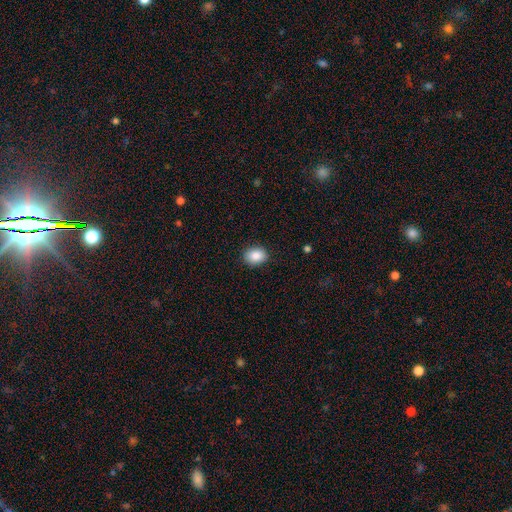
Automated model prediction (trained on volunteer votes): Morphology: type=smooth (87%); roundness=in between (59%); merging=none (88%).